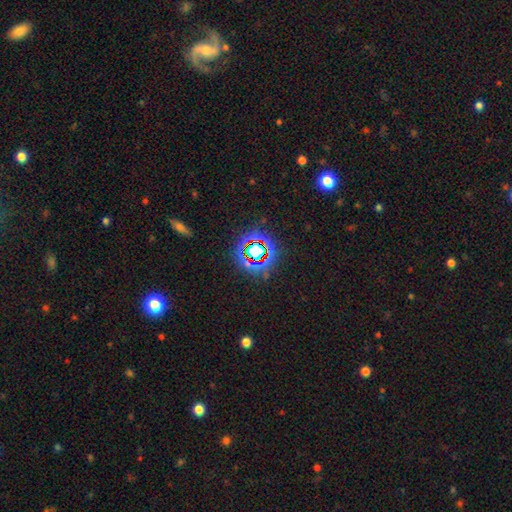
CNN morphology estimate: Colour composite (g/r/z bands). It shows a star or artifact, not a galaxy (76%).